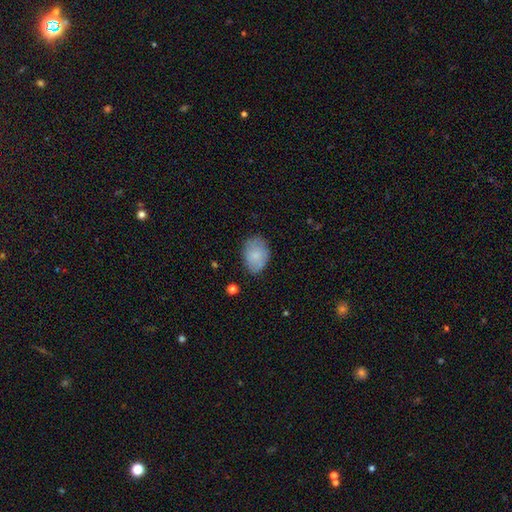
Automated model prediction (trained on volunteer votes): smooth_or_featured: smooth (p=0.76) [alt: featured or disk p=0.17]
how_rounded: in between (p=0.79) [alt: round p=0.20]
merging: none (p=0.72) [alt: minor disturbance p=0.21]